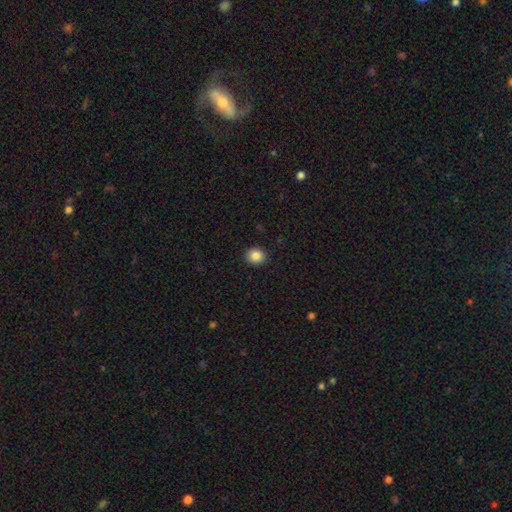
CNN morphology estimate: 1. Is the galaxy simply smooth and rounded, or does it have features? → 86% smooth, 9% star or artifact, 5% featured or disk.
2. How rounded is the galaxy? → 74% round, 25% in between, 1% cigar-shaped.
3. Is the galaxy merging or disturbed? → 91% none, 6% minor disturbance, 2% major disturbance, 1% merger.